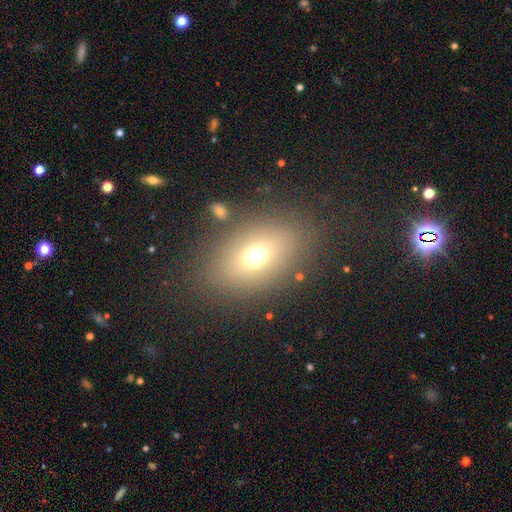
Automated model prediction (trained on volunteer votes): Q: Smooth or featured?
A: smooth (68%); runner-up: star or artifact (18%)
Q: How rounded?
A: in between (69%); runner-up: round (29%)
Q: Merging?
A: none (79%); runner-up: minor disturbance (10%)